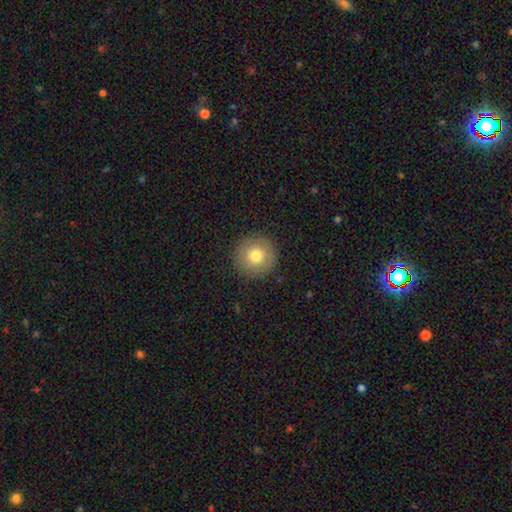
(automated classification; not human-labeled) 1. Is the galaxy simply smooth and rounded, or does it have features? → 75% smooth, 15% featured or disk, 10% star or artifact.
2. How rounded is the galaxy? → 96% round, 3% in between, 1% cigar-shaped.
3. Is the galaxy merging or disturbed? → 90% none, 7% minor disturbance, 2% major disturbance, 1% merger.